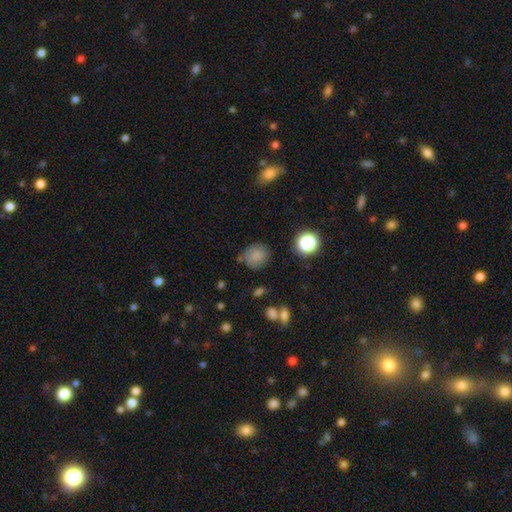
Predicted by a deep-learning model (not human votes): Overall: smooth (80%). How rounded: round (77%). Merging: none (69%).